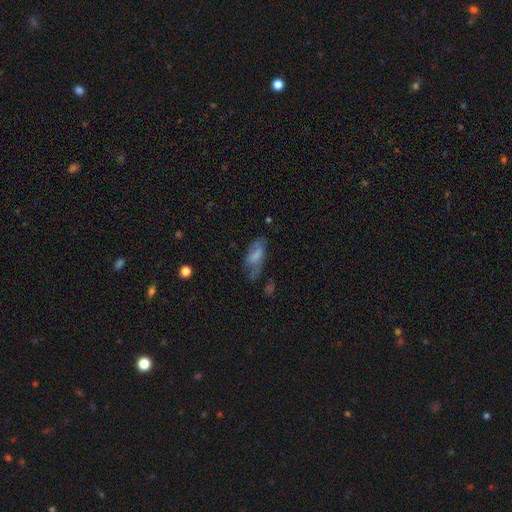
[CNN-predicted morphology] A smooth galaxy with no disk features (62%) that is in between round and cigar-shaped (77%).

Vote fractions:
- Smooth or featured? smooth: 62% / featured or disk: 29% / star or artifact: 9%
- How rounded? in between: 77% / cigar-shaped: 20% / round: 3%
- Merging? none: 48% / minor disturbance: 29% / major disturbance: 19% / merger: 4%